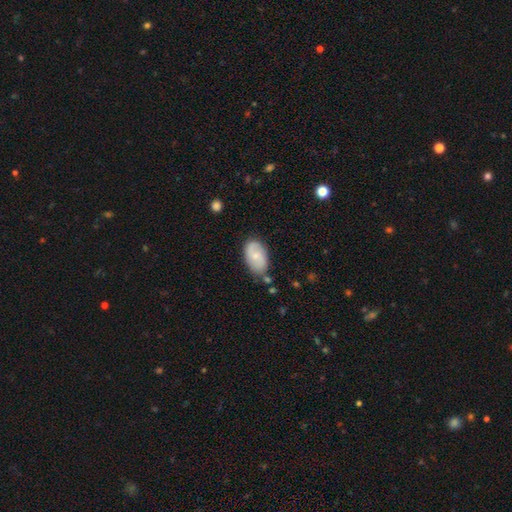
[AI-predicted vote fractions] The model was most divided on "smooth or featured": smooth: 57%, featured or disk: 36%, star or artifact: 7%. More confident: how rounded — in between (92%); merging — none (70%).